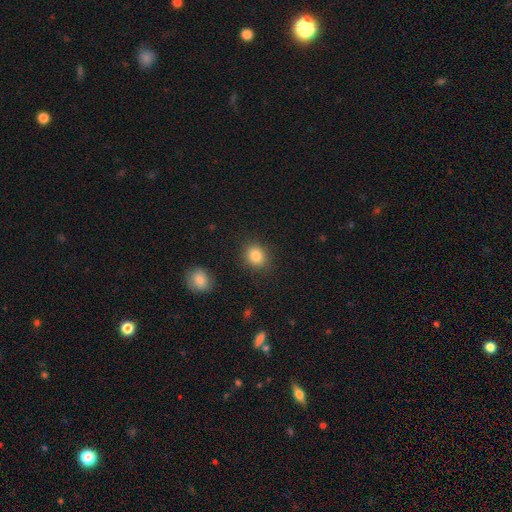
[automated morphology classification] This is clearly a smooth galaxy (84%). How rounded: likely round (66%). Merging: clearly none (87%).